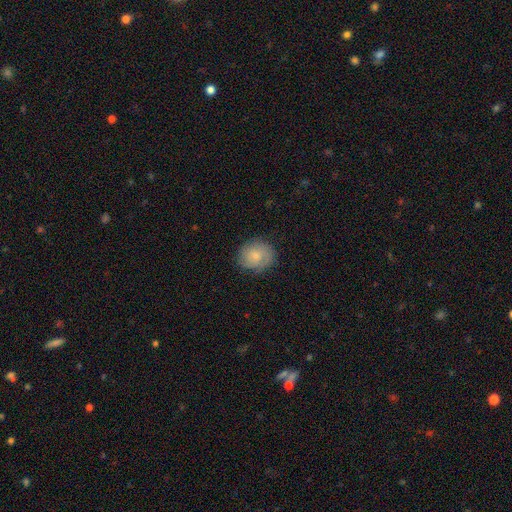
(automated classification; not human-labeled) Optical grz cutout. It shows a smooth galaxy with no disk features (70%) that is round (74%). Merging: none (79%).